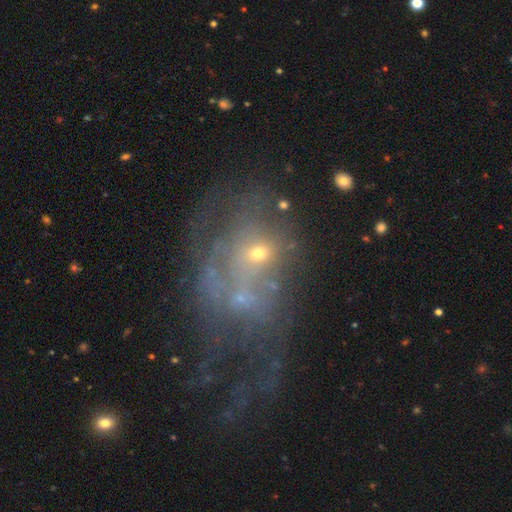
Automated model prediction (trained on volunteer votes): Smooth or featured: featured or disk — 47% (smooth — 29%)
Merging: major disturbance — 38% (none — 29%)